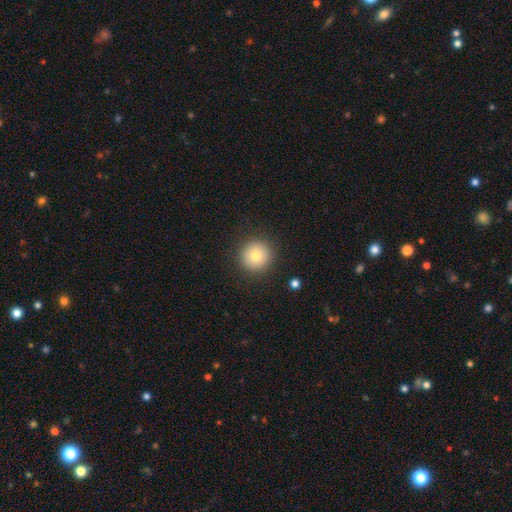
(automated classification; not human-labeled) Q: Smooth or featured?
A: smooth (80%); runner-up: star or artifact (11%)
Q: How rounded?
A: round (95%); runner-up: in between (4%)
Q: Merging?
A: none (91%); runner-up: minor disturbance (6%)